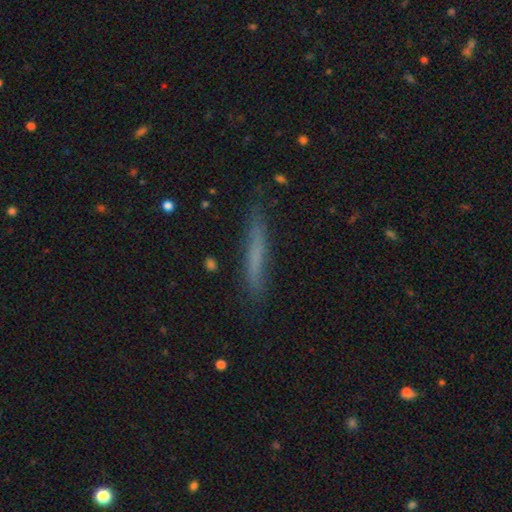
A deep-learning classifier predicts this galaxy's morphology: smooth-or-featured: smooth: 59% | featured or disk: 32% | star or artifact: 9%
  how-rounded: cigar-shaped: 95% | in between: 4% | round: 1%
  merging: none: 81% | minor disturbance: 14% | major disturbance: 3% | merger: 2%